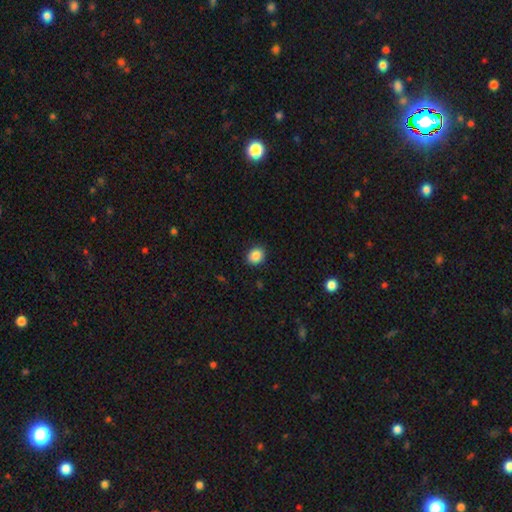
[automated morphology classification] Overall: smooth (87%). How rounded: round (70%). Merging: none (90%).